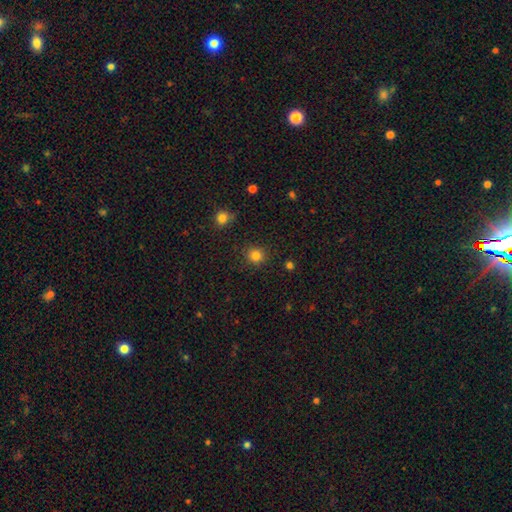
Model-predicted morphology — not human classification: Smooth or featured?
  - smooth: 83% *
  - star or artifact: 13%
  - featured or disk: 4%
How rounded?
  - round: 89% *
  - in between: 10%
  - cigar-shaped: 1%
Merging?
  - none: 89% *
  - minor disturbance: 7%
  - major disturbance: 2%
  - merger: 2%